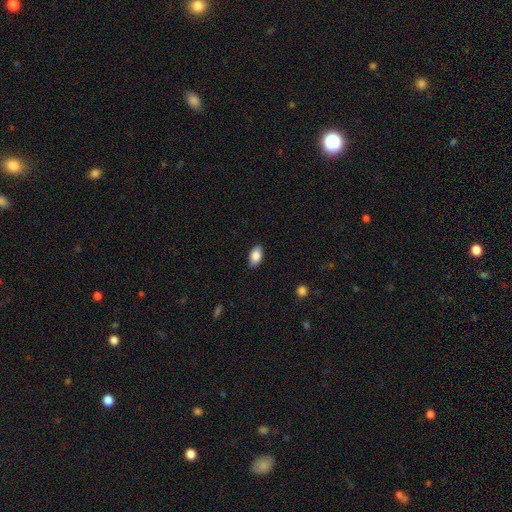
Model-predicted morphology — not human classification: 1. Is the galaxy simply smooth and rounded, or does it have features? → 87% smooth, 7% star or artifact, 6% featured or disk.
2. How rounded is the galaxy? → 92% in between, 6% round, 2% cigar-shaped.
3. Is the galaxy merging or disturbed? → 87% none, 10% minor disturbance, 2% major disturbance, 1% merger.